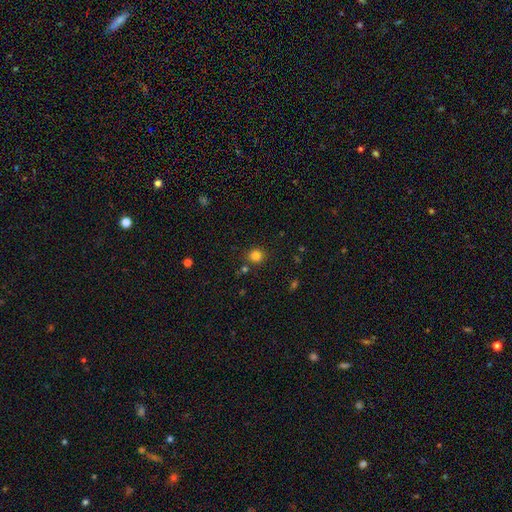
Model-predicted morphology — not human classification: Overall: smooth (82%). How rounded: round (88%). Merging: none (83%).